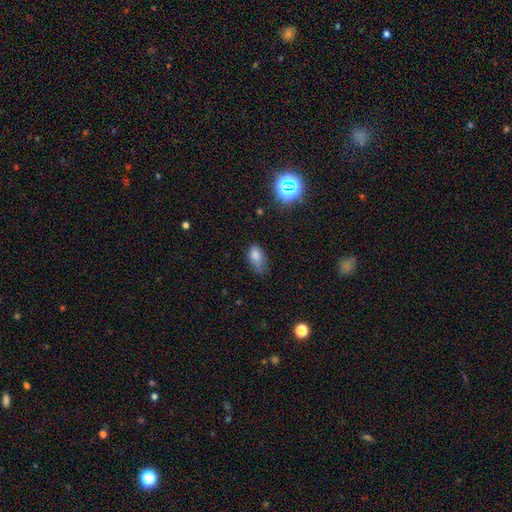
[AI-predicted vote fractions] smooth 78%, star or artifact 13%, featured or disk 9%. Down the decision tree: how rounded — in between (88%); merging — minor disturbance (41%).